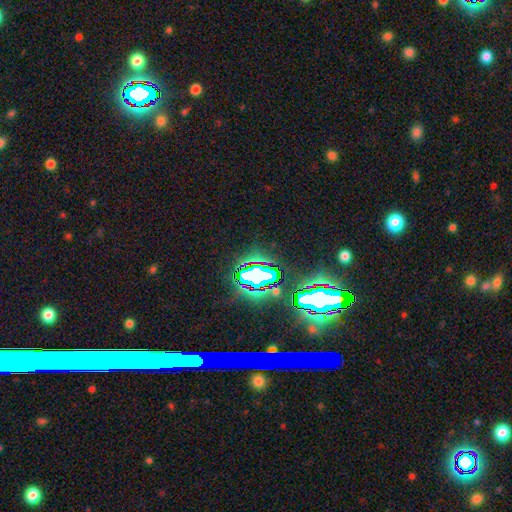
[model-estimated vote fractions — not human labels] A star or artifact, not a galaxy (78%).

Vote fractions:
- Smooth or featured? star or artifact: 78% / smooth: 11% / featured or disk: 10%